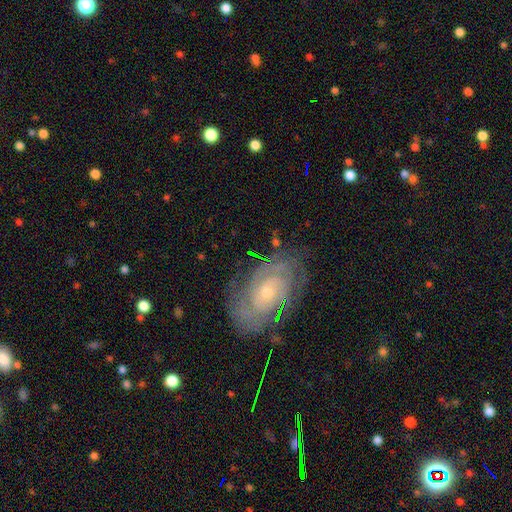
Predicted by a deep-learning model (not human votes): Q: Smooth or featured?
A: featured or disk (75%); runner-up: smooth (15%)
Q: Edge-on disk?
A: no (95%); runner-up: yes (5%)
Q: Bar?
A: no (69%); runner-up: weak (23%)
Q: Spiral arms?
A: yes (89%); runner-up: no (11%)
Q: Spiral winding?
A: tight (70%); runner-up: medium (23%)
Q: Spiral arm count?
A: can't tell (34%); runner-up: 2 (33%)
Q: Bulge size?
A: small (66%); runner-up: moderate (28%)
Q: Merging?
A: none (72%); runner-up: minor disturbance (17%)